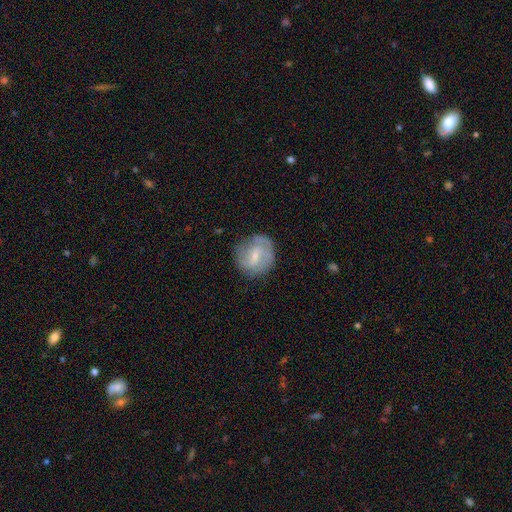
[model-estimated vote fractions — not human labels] The model was most divided on "smooth or featured": featured or disk: 54%, smooth: 38%, star or artifact: 7%. More confident: edge-on disk — no (97%); spiral arms — yes (74%); merging — none (69%); bulge size — small (61%); bar — weak (55%).